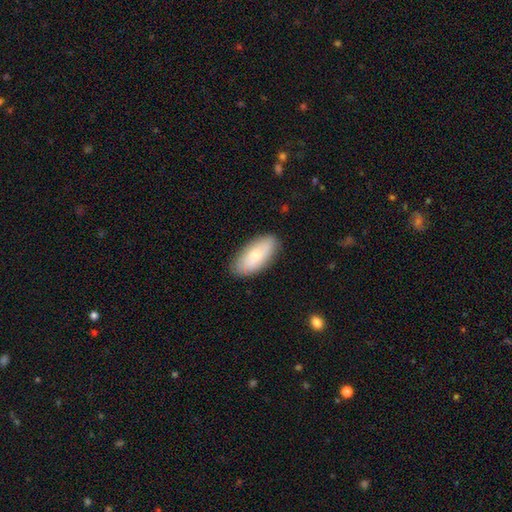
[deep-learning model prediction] Smooth or featured?
  - smooth: 70% *
  - featured or disk: 23%
  - star or artifact: 6%
How rounded?
  - in between: 90% *
  - cigar-shaped: 7%
  - round: 3%
Merging?
  - none: 82% *
  - minor disturbance: 14%
  - major disturbance: 3%
  - merger: 1%